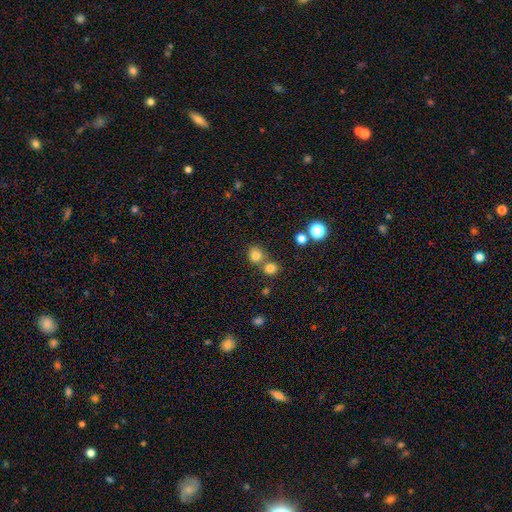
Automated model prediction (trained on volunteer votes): Smooth or featured? smooth (78%)
How rounded? round (85%)
Merging? none (60%)